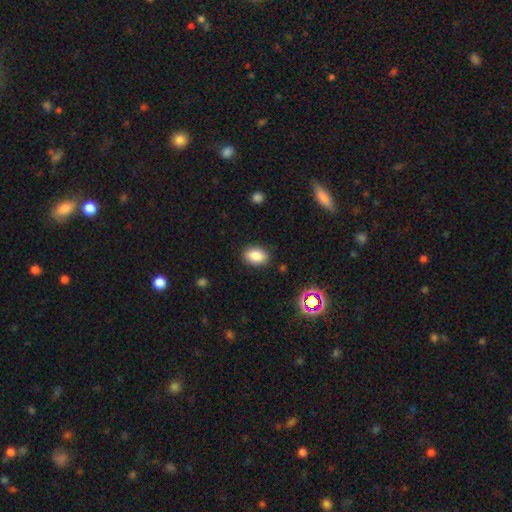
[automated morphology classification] Smooth or featured? smooth (85%)
How rounded? in between (79%)
Merging? none (87%)